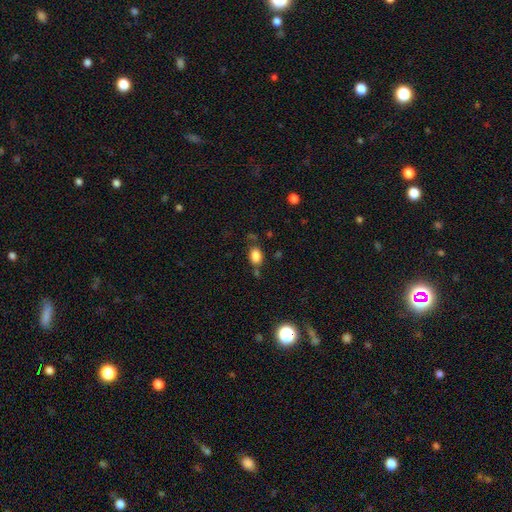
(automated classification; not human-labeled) smooth_or_featured: smooth (p=0.83) [alt: star or artifact p=0.11]
how_rounded: in between (p=0.77) [alt: round p=0.22]
merging: none (p=0.67) [alt: minor disturbance p=0.17]